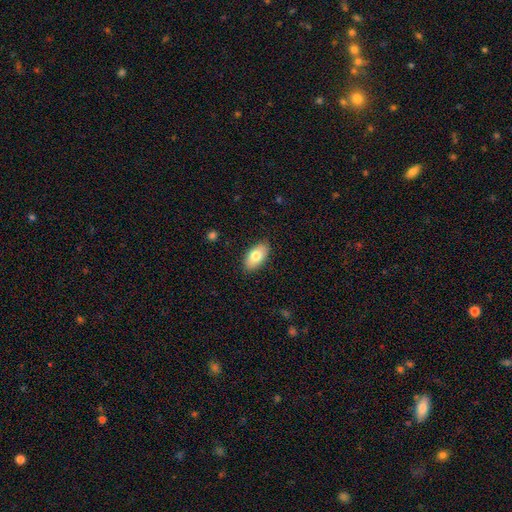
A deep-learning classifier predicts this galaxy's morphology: smooth 78%, featured or disk 16%, star or artifact 6%. Down the decision tree: how rounded — in between (93%); merging — none (87%).